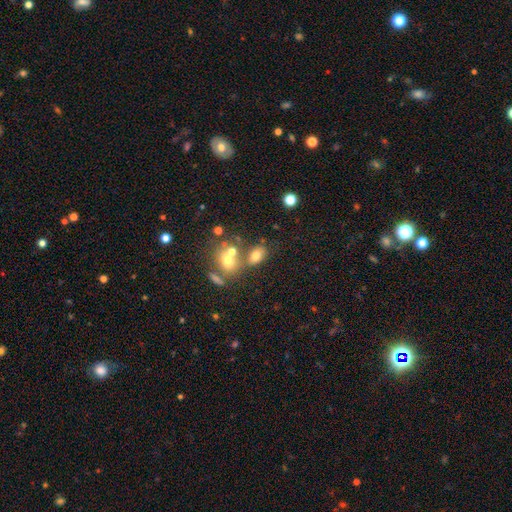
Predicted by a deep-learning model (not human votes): Smooth or featured?
  - smooth: 69% *
  - featured or disk: 16%
  - star or artifact: 15%
How rounded?
  - in between: 76% *
  - round: 22%
  - cigar-shaped: 2%
Merging?
  - none: 53% *
  - merger: 29%
  - minor disturbance: 13%
  - major disturbance: 6%